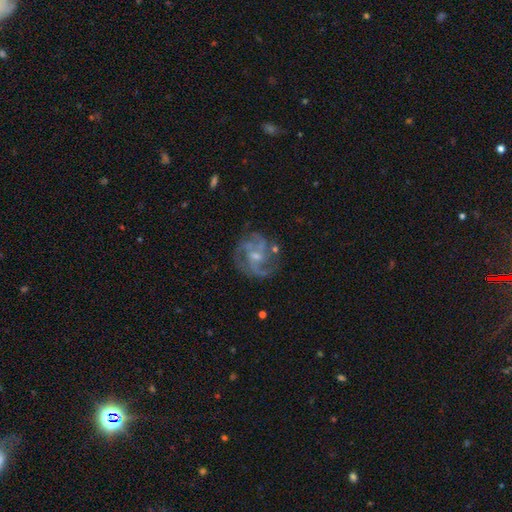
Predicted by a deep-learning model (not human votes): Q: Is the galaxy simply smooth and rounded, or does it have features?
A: featured or disk — 82%.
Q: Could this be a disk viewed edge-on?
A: no — 98%.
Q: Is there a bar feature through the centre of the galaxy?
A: no — 47%.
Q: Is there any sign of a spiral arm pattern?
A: yes — 93%.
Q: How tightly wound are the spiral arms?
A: medium — 50%.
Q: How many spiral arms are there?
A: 3 — 35%.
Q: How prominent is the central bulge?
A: small — 58%.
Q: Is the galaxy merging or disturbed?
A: none — 72%.